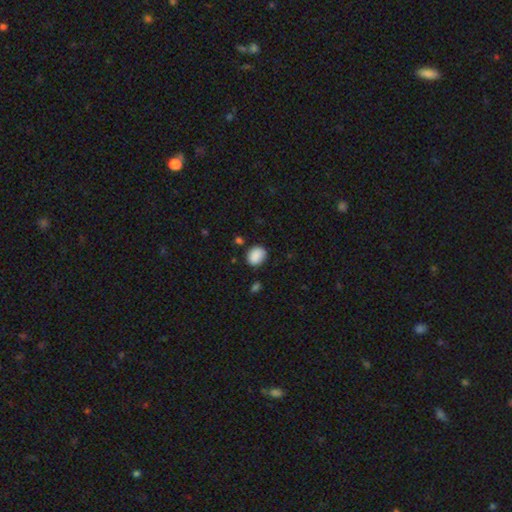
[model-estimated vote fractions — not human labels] smooth-or-featured: smooth: 87% | star or artifact: 8% | featured or disk: 5%
  how-rounded: round: 53% | in between: 46% | cigar-shaped: 1%
  merging: none: 75% | minor disturbance: 18% | major disturbance: 4% | merger: 3%